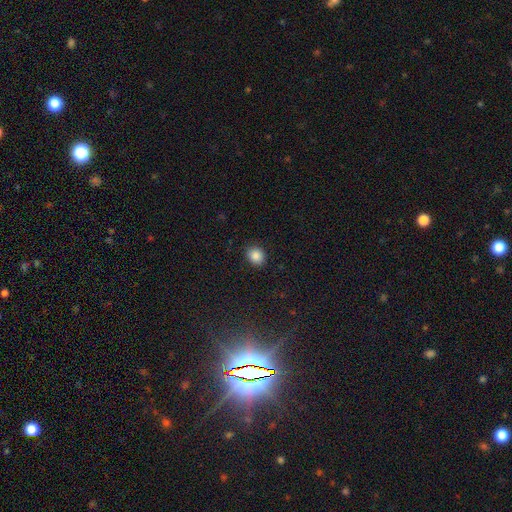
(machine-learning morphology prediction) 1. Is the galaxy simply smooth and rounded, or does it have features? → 87% smooth, 9% star or artifact, 4% featured or disk.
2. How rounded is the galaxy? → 66% round, 33% in between, 1% cigar-shaped.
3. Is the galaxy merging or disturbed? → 88% none, 9% minor disturbance, 2% major disturbance, 1% merger.